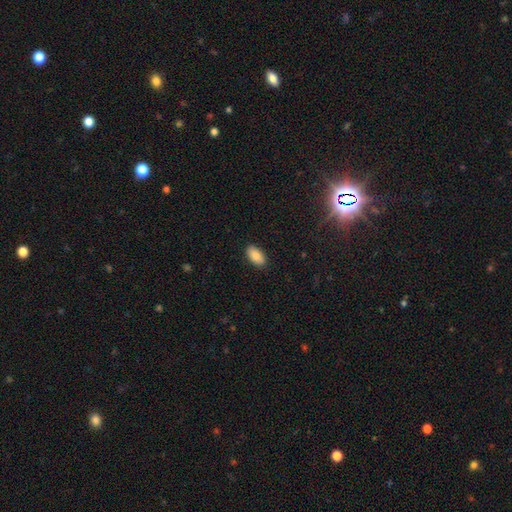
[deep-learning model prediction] A smooth galaxy with no disk features (87%) that is in between round and cigar-shaped (95%).

Vote fractions:
- Smooth or featured? smooth: 87% / star or artifact: 7% / featured or disk: 6%
- How rounded? in between: 95% / cigar-shaped: 3% / round: 3%
- Merging? none: 89% / minor disturbance: 8% / major disturbance: 2% / merger: 1%